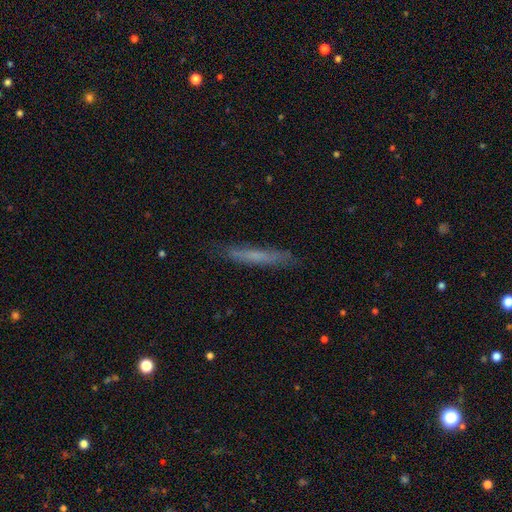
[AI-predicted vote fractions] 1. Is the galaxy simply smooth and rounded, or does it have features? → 57% smooth, 35% featured or disk, 8% star or artifact.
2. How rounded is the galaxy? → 95% cigar-shaped, 4% in between, 1% round.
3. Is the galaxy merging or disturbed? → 83% none, 13% minor disturbance, 3% major disturbance, 1% merger.